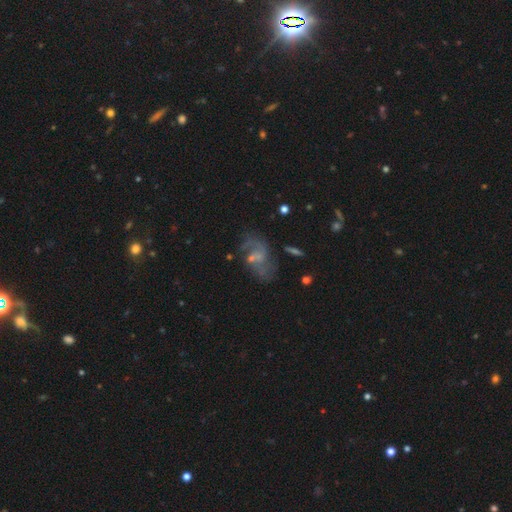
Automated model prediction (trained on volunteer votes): Morphology: type=featured or disk (66%); edge-on=no (96%); bar=weak (50%); spiral arms=yes (80%); winding=loose (46%); arm count=2 (71%); bulge=small (45%); merging=none (59%).